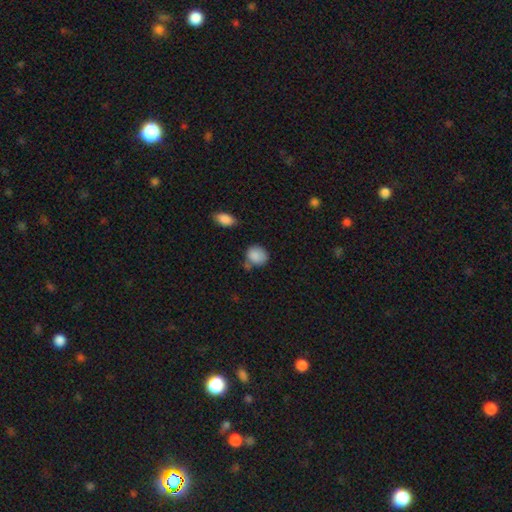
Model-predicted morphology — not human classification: A smooth galaxy with no disk features (87%) that is round (62%). Merging: none (55%).